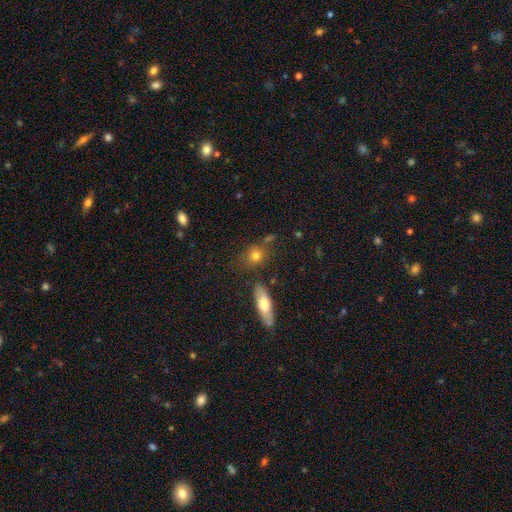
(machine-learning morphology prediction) smooth-or-featured: smooth: 77% | featured or disk: 12% | star or artifact: 11%
  how-rounded: round: 68% | in between: 28% | cigar-shaped: 4%
  merging: none: 73% | minor disturbance: 13% | merger: 10% | major disturbance: 4%